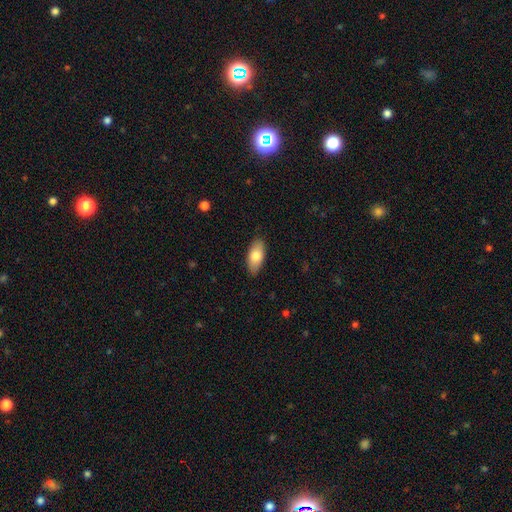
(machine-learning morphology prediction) The model was most divided on "smooth or featured": smooth: 79%, featured or disk: 15%, star or artifact: 6%. More confident: how rounded — in between (90%); merging — none (87%).